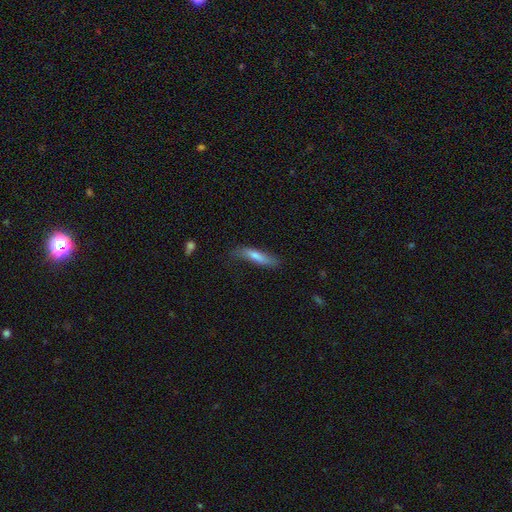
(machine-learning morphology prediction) Smooth or featured?
  - smooth: 54% *
  - featured or disk: 37%
  - star or artifact: 9%
How rounded?
  - cigar-shaped: 83% *
  - in between: 15%
  - round: 2%
Merging?
  - none: 66% *
  - minor disturbance: 24%
  - major disturbance: 8%
  - merger: 2%